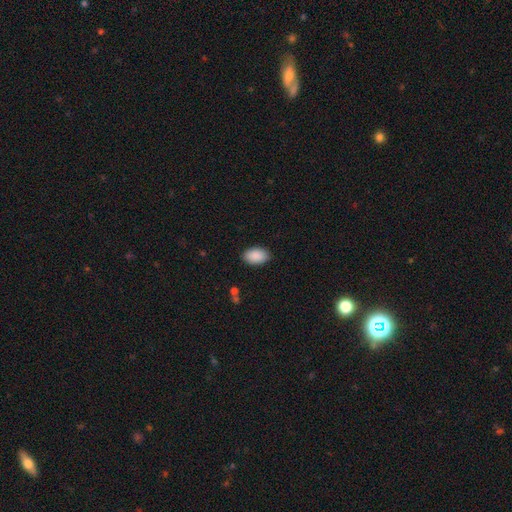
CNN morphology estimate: smooth-or-featured: smooth: 91% | star or artifact: 6% | featured or disk: 3%
  how-rounded: in between: 93% | round: 6% | cigar-shaped: 1%
  merging: none: 88% | minor disturbance: 9% | major disturbance: 2% | merger: 1%